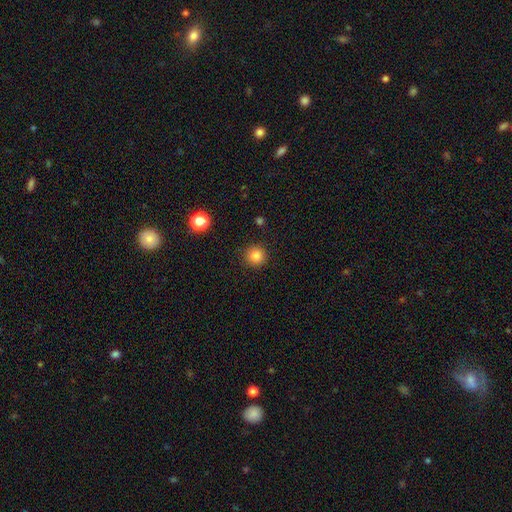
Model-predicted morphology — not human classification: A smooth galaxy with no disk features (85%) that is round (94%). Merging: none (90%).